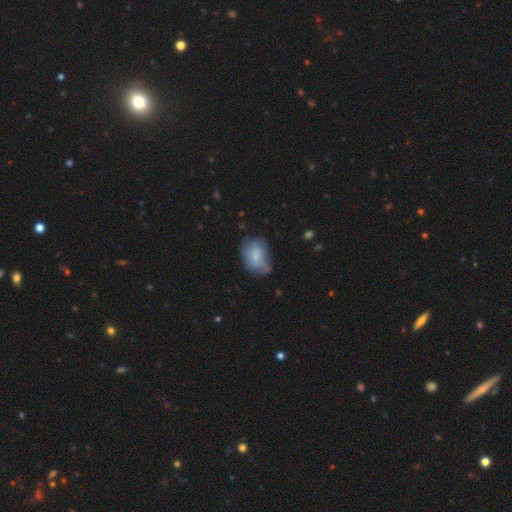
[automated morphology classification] A smooth galaxy with no disk features (74%) that is in between round and cigar-shaped (79%). Merging: none (50%).